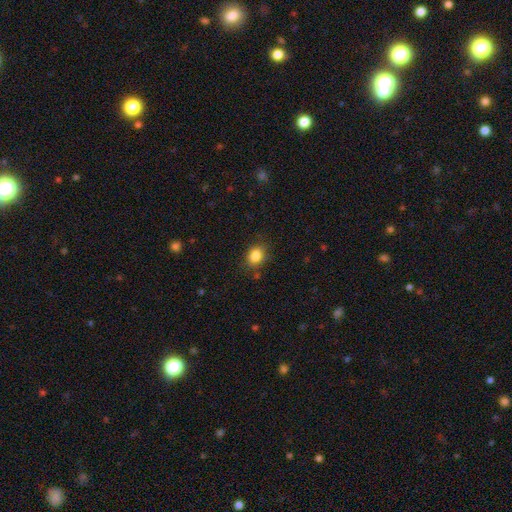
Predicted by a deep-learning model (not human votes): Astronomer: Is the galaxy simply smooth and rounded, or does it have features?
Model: smooth — 84%.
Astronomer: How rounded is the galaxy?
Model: round — 56% (runner-up: in between, 43%).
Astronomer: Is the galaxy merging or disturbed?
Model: none — 84%.